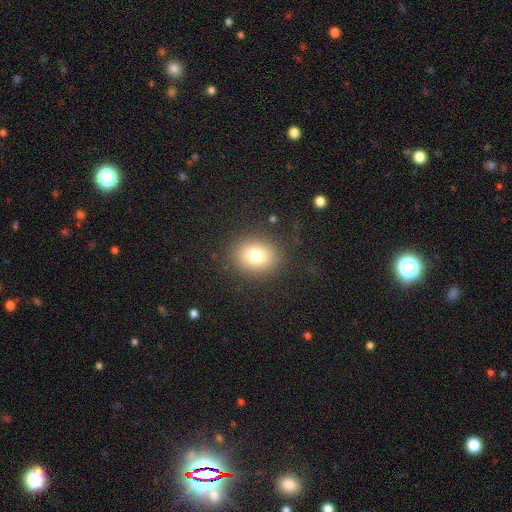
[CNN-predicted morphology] Q: Smooth or featured?
A: smooth (77%); runner-up: star or artifact (13%)
Q: How rounded?
A: round (64%); runner-up: in between (35%)
Q: Merging?
A: none (87%); runner-up: minor disturbance (8%)